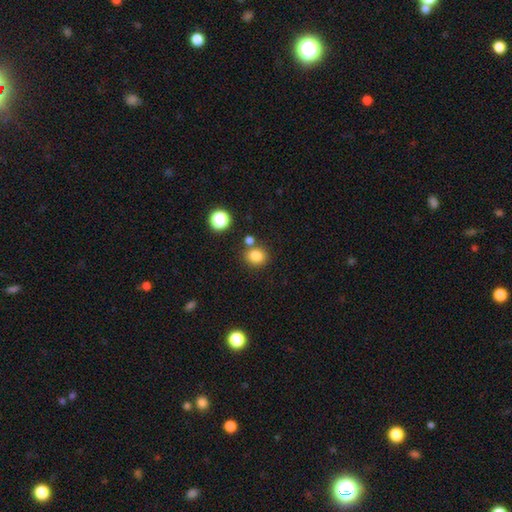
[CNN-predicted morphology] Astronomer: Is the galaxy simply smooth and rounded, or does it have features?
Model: smooth — 82%.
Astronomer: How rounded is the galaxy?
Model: round — 78%.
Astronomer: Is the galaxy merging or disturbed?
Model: none — 73%.